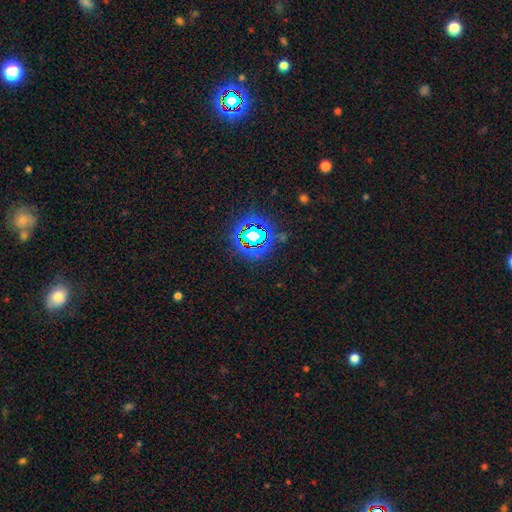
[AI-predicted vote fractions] Smooth or featured?
  - star or artifact: 77% *
  - smooth: 15%
  - featured or disk: 8%